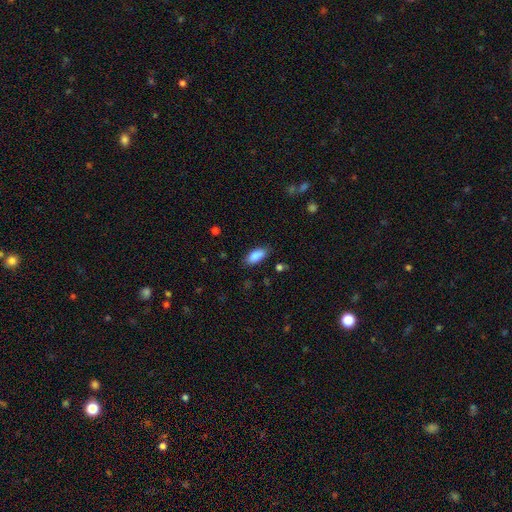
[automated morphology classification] smooth-or-featured: smooth: 88% | star or artifact: 7% | featured or disk: 6%
  how-rounded: in between: 87% | cigar-shaped: 11% | round: 2%
  merging: none: 83% | minor disturbance: 13% | major disturbance: 3% | merger: 1%